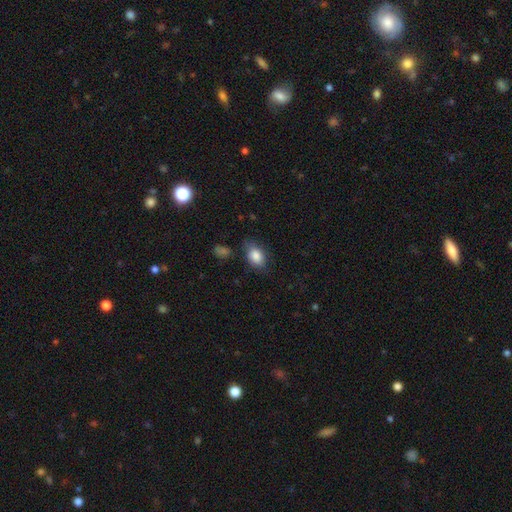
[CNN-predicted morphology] Smooth or featured? Predicted: smooth (p=0.85). How rounded? Predicted: in between (p=0.82). Merging? Predicted: none (p=0.70).